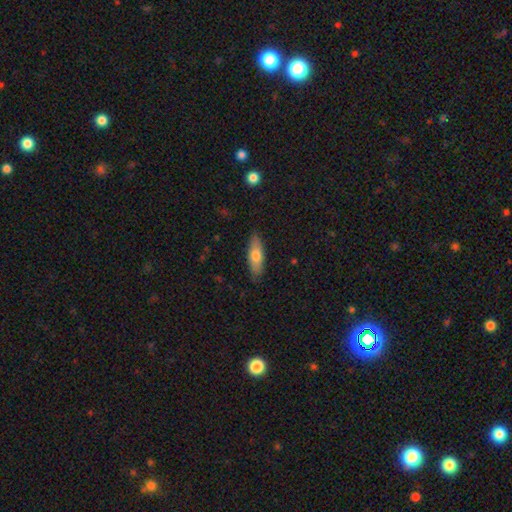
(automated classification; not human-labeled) A smooth galaxy with no disk features (71%) that is in between round and cigar-shaped (60%). Merging: none (85%).